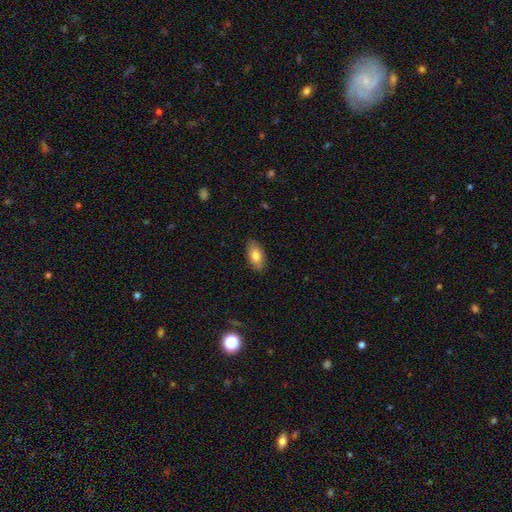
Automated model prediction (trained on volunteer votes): smooth_or_featured: smooth (p=0.81) [alt: featured or disk p=0.12]
how_rounded: in between (p=0.93) [alt: round p=0.04]
merging: none (p=0.85) [alt: minor disturbance p=0.12]